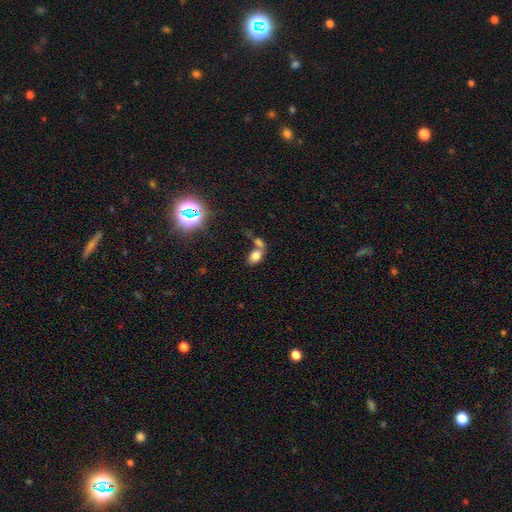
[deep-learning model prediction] Smooth or featured: smooth — 74% (star or artifact — 15%)
How rounded: in between — 83% (round — 16%)
Merging: merger — 53% (none — 31%)